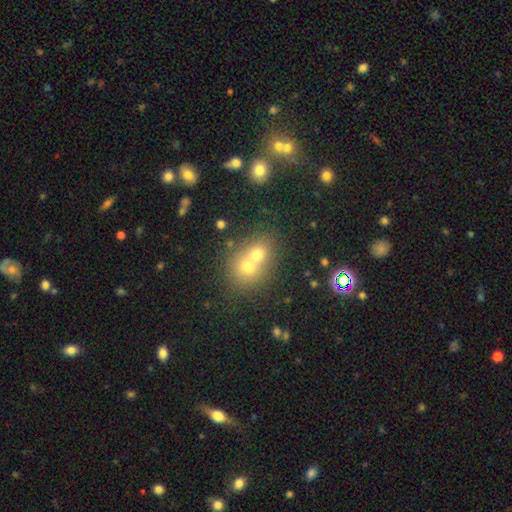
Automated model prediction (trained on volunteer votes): The model was most divided on "merging": merger: 64%, none: 29%, minor disturbance: 5%, major disturbance: 3%. More confident: how rounded — round (73%); smooth or featured — smooth (63%).